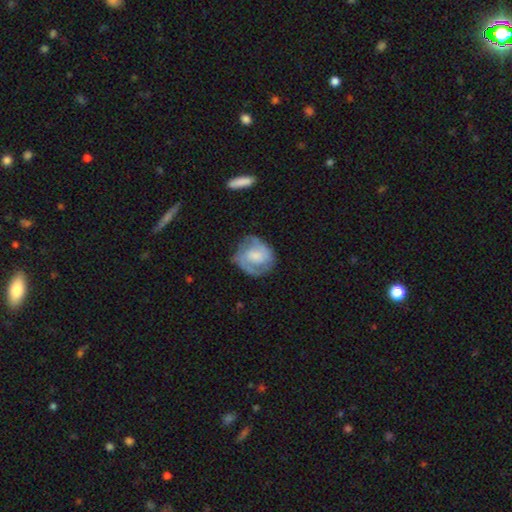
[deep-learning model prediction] Smooth or featured?
  - featured or disk: 66% *
  - smooth: 28%
  - star or artifact: 6%
Edge-on disk?
  - no: 98% *
  - yes: 2%
Bar?
  - no: 52% *
  - weak: 38%
  - strong: 10%
Spiral arms?
  - yes: 85% *
  - no: 15%
Spiral winding?
  - tight: 45% *
  - medium: 40%
  - loose: 14%
Spiral arm count?
  - 2: 68% *
  - can't tell: 17%
  - 1: 6%
  - 3: 5%
  - 4: 2%
  - more than 4: 2%
Bulge size?
  - moderate: 31% *
  - small: 25%
  - none: 21%
  - large: 20%
  - dominant: 3%
Merging?
  - none: 67% *
  - minor disturbance: 22%
  - major disturbance: 9%
  - merger: 2%